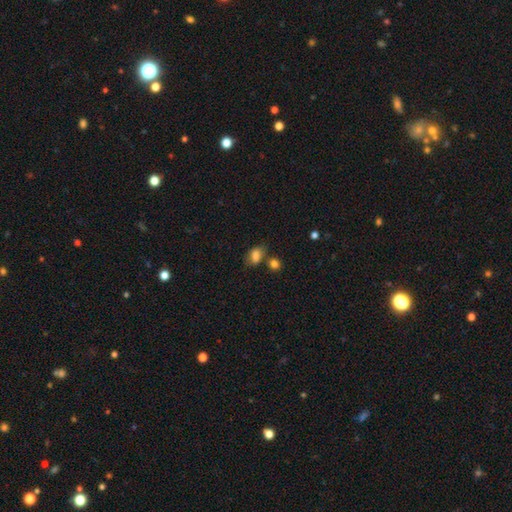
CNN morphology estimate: Q: Smooth or featured?
A: smooth (79%); runner-up: star or artifact (11%)
Q: How rounded?
A: in between (79%); runner-up: round (19%)
Q: Merging?
A: none (59%); runner-up: minor disturbance (20%)